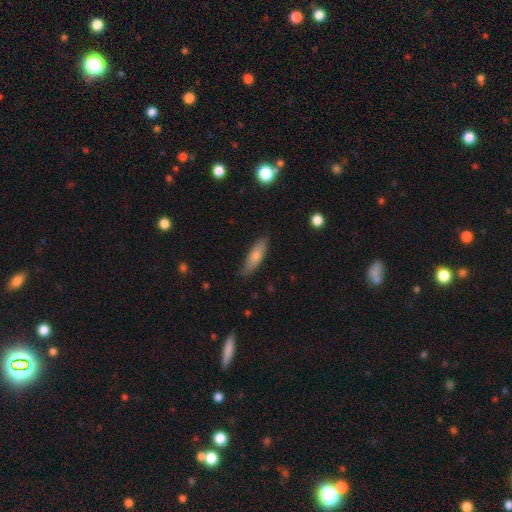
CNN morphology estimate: smooth 74%, featured or disk 20%, star or artifact 6%. Down the decision tree: how rounded — cigar-shaped (52%); merging — none (81%).